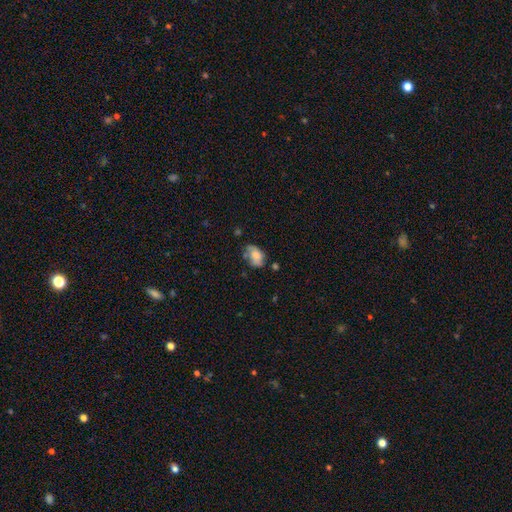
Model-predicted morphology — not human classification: Overall: smooth (65%; featured or disk 26%). How rounded: in between (84%). Merging: none (42%; minor disturbance 34%).